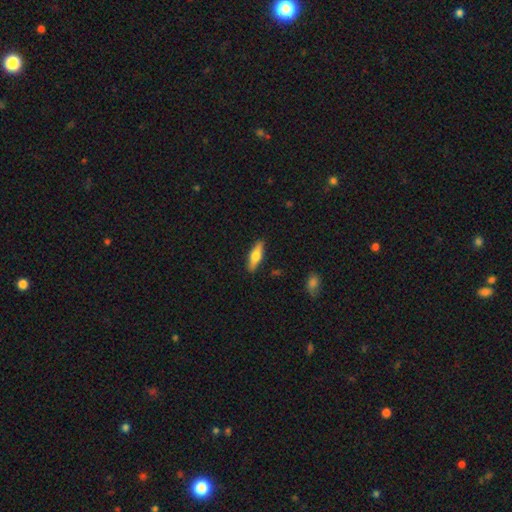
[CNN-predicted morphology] Overall: smooth (50%; featured or disk 44%). How rounded: cigar-shaped (57%; in between 41%). Merging: none (89%).